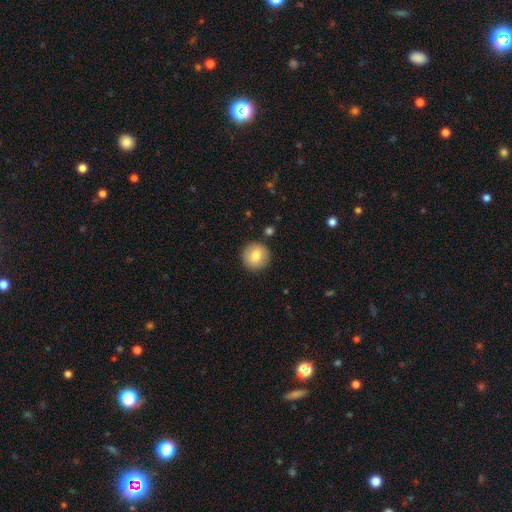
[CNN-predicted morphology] The model was most divided on "smooth or featured": smooth: 80%, featured or disk: 12%, star or artifact: 8%. More confident: how rounded — round (94%); merging — none (89%).